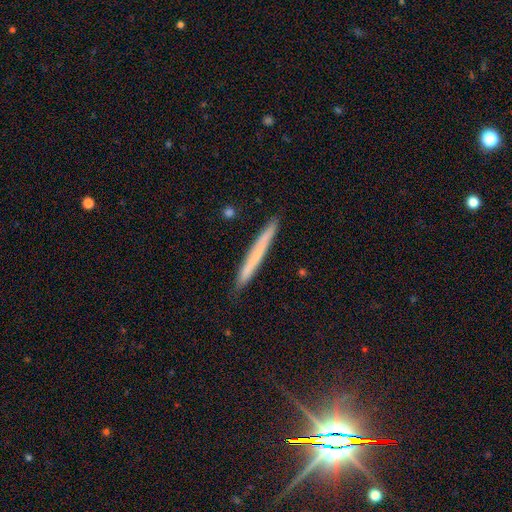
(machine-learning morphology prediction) Q: Smooth or featured?
A: smooth (60%); runner-up: featured or disk (33%)
Q: How rounded?
A: cigar-shaped (97%); runner-up: in between (2%)
Q: Merging?
A: none (90%); runner-up: minor disturbance (7%)